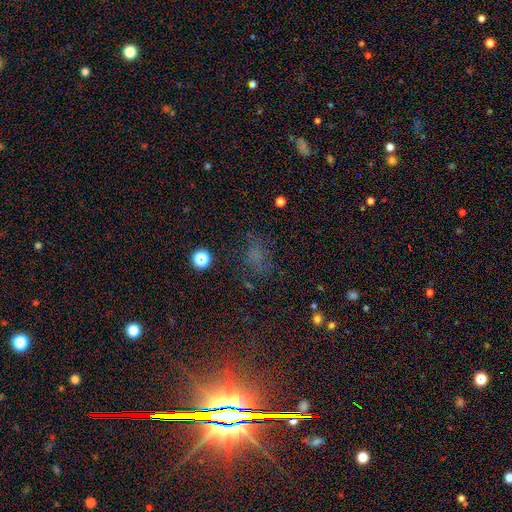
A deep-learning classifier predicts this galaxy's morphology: A smooth galaxy with no disk features (45%).

Vote fractions:
- Smooth or featured? smooth: 45% / star or artifact: 39% / featured or disk: 17%
- Merging? none: 64% / minor disturbance: 19% / major disturbance: 14% / merger: 3%